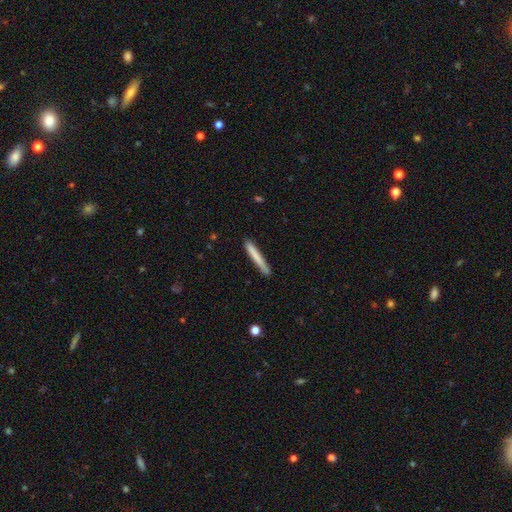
smooth_or_featured: smooth (p=0.75) [alt: featured or disk p=0.23]
how_rounded: cigar-shaped (p=1.00)
merging: none (p=0.90) [alt: minor disturbance p=0.10]